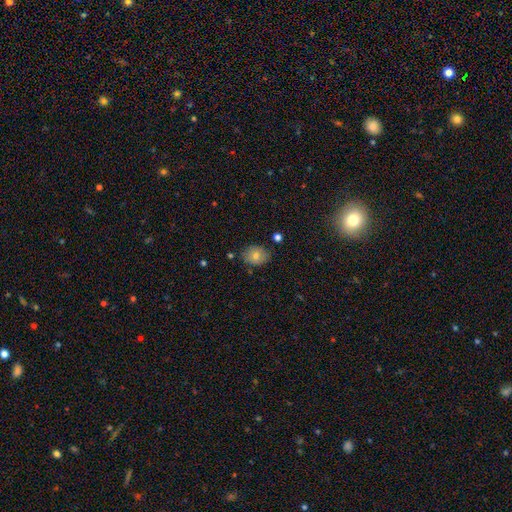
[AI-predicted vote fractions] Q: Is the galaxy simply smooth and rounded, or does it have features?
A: smooth — 72%.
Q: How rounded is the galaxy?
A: in between — 58%.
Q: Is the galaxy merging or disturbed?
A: none — 81%.